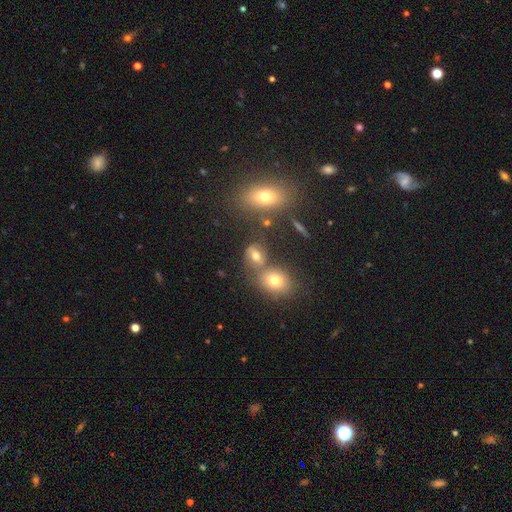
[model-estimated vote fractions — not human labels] This is likely a smooth galaxy (64%). How rounded: likely in between (67%). Merging: possibly none (53%).